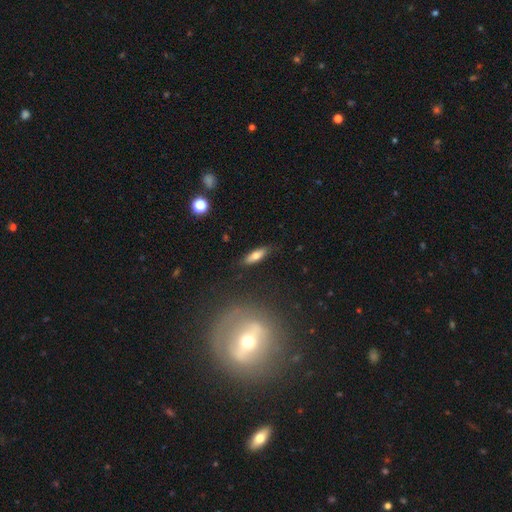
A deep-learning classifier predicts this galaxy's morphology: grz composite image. It shows a smooth galaxy with no disk features (69%) that is in between round and cigar-shaped (55%). Merging: none (85%).